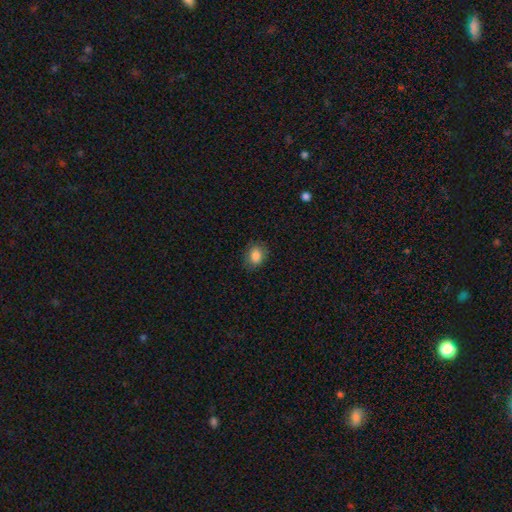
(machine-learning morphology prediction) A smooth galaxy with no disk features (84%) that is in between round and cigar-shaped (60%). Merging: none (82%).